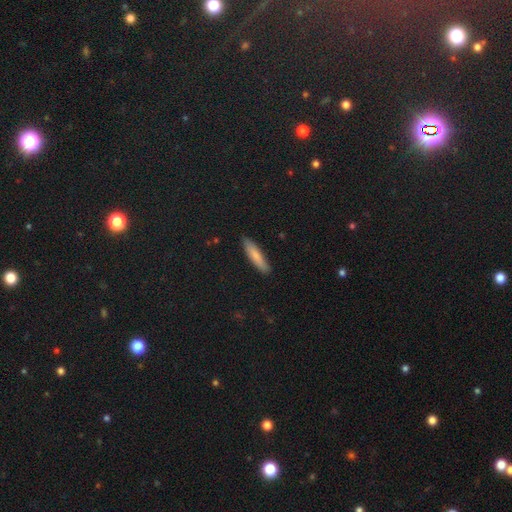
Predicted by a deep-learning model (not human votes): Overall: smooth (79%). How rounded: cigar-shaped (81%). Merging: none (88%).